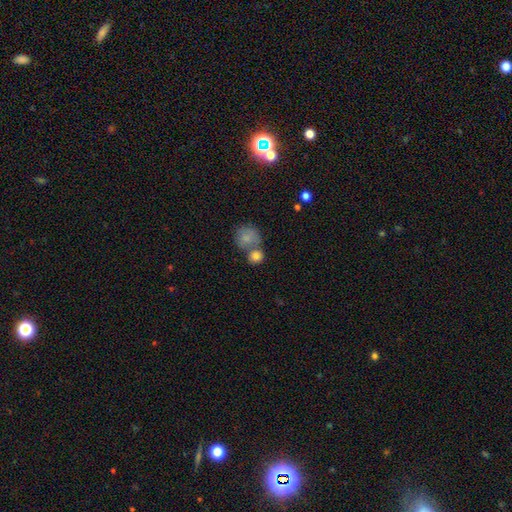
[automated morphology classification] Smooth or featured? smooth (81%)
How rounded? round (81%)
Merging? none (45%)